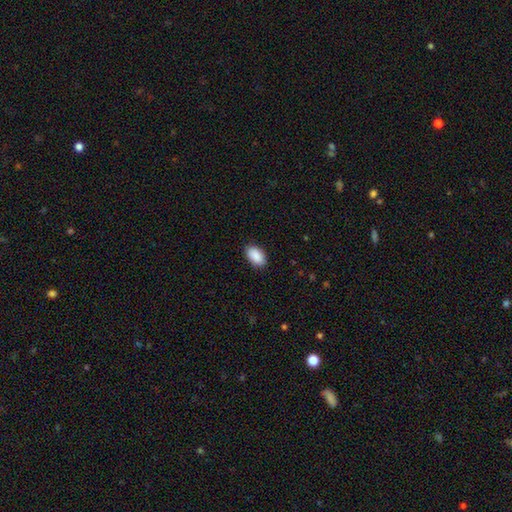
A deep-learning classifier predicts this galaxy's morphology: smooth_or_featured: smooth (p=0.90) [alt: star or artifact p=0.06]
how_rounded: in between (p=0.94) [alt: round p=0.04]
merging: none (p=0.89) [alt: minor disturbance p=0.09]